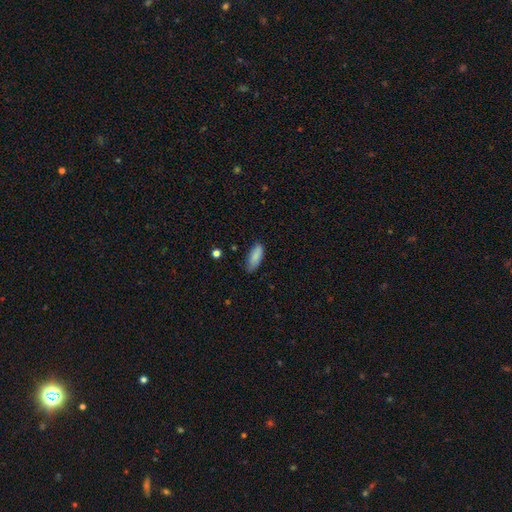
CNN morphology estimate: Q: Smooth or featured?
A: smooth (87%); runner-up: star or artifact (7%)
Q: How rounded?
A: in between (80%); runner-up: cigar-shaped (18%)
Q: Merging?
A: none (75%); runner-up: minor disturbance (20%)